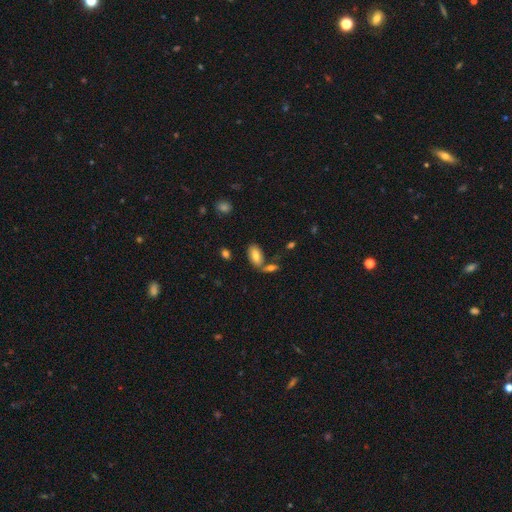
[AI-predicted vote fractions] A smooth galaxy with no disk features (76%) that is in between round and cigar-shaped (93%).

Vote fractions:
- Smooth or featured? smooth: 76% / featured or disk: 16% / star or artifact: 8%
- How rounded? in between: 93% / cigar-shaped: 4% / round: 3%
- Merging? none: 60% / merger: 22% / minor disturbance: 14% / major disturbance: 5%